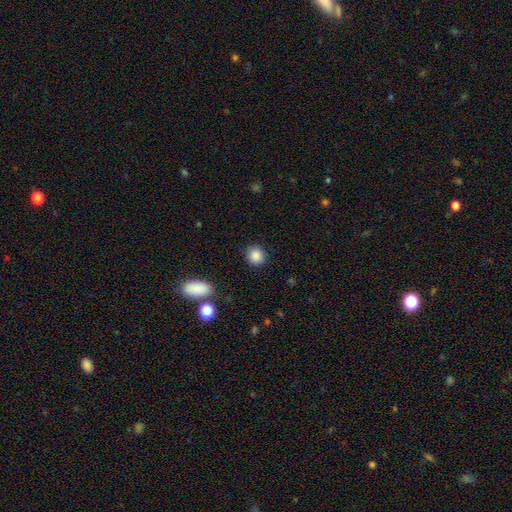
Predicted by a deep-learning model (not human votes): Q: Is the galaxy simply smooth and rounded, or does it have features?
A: smooth — 87%.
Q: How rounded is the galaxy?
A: round — 83%.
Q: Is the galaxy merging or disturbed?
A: none — 89%.